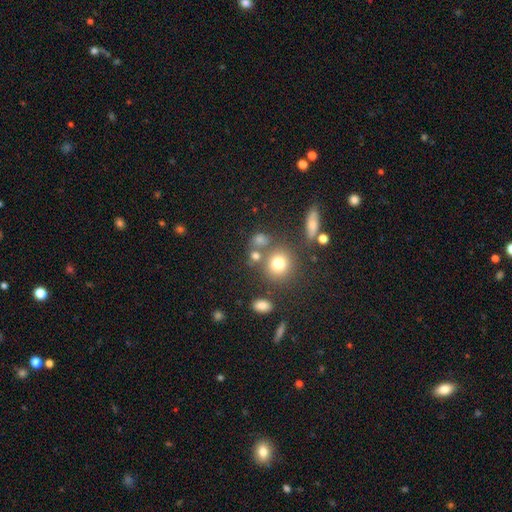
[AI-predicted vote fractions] A smooth galaxy with no disk features (71%) that is round (71%). Merging: none (61%).